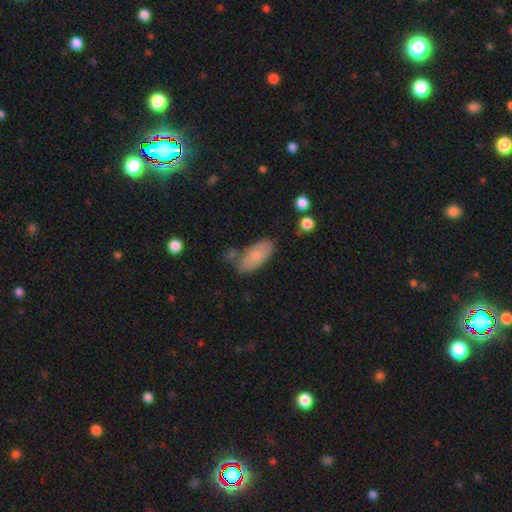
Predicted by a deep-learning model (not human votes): Overall: smooth (73%). How rounded: in between (89%). Merging: none (60%; minor disturbance 24%).